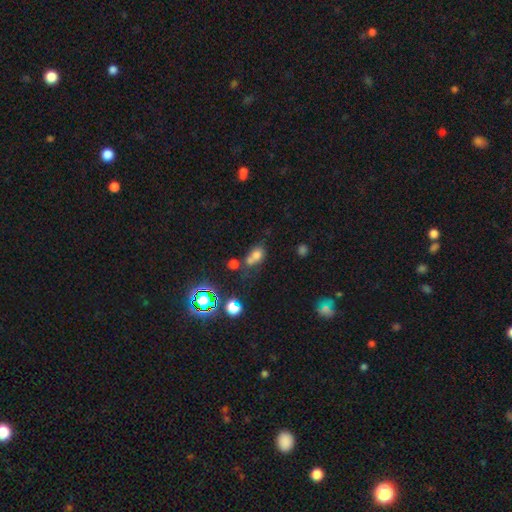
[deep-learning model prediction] The model was most divided on "merging": merger: 45%, none: 35%, minor disturbance: 13%, major disturbance: 7%. More confident: smooth or featured — smooth (65%); how rounded — in between (56%).